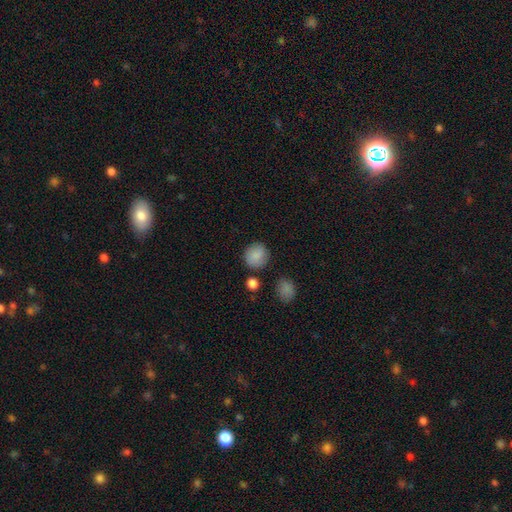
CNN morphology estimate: smooth-or-featured: smooth: 85% | star or artifact: 8% | featured or disk: 7%
  how-rounded: round: 86% | in between: 13% | cigar-shaped: 1%
  merging: none: 81% | minor disturbance: 12% | merger: 4% | major disturbance: 3%